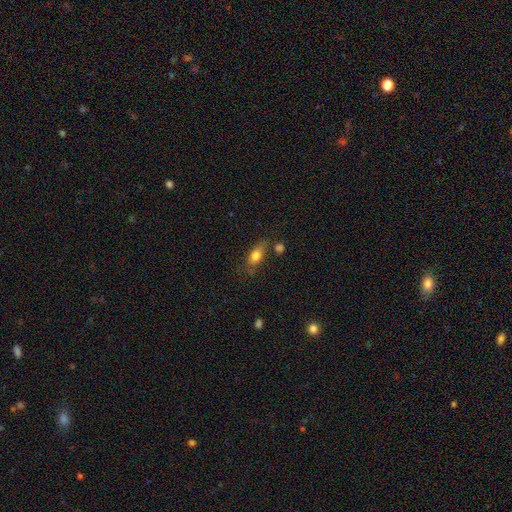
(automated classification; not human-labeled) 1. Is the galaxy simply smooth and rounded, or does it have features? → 72% smooth, 19% featured or disk, 9% star or artifact.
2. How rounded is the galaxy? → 72% in between, 18% cigar-shaped, 10% round.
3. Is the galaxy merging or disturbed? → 59% none, 23% minor disturbance, 10% merger, 9% major disturbance.